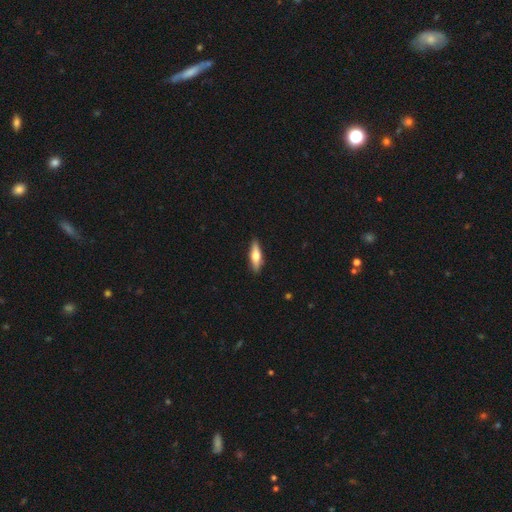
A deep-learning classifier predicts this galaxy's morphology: Q: Smooth or featured?
A: smooth (55%); runner-up: featured or disk (39%)
Q: How rounded?
A: cigar-shaped (60%); runner-up: in between (38%)
Q: Merging?
A: none (89%); runner-up: minor disturbance (8%)